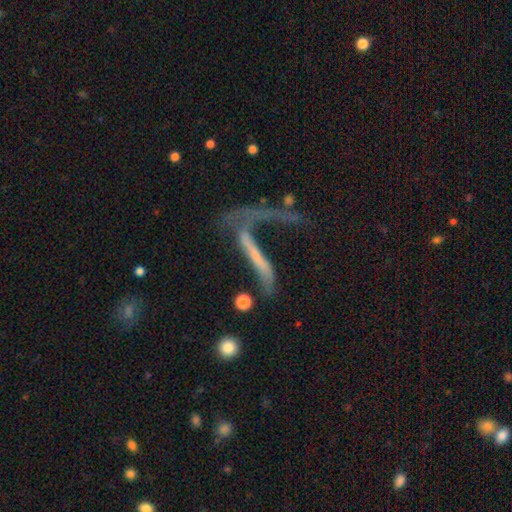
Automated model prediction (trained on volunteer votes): The model was most divided on "edge-on disk": no: 59%, yes: 41%. Remaining: smooth or featured — featured or disk (57%); merging — major disturbance (44%).